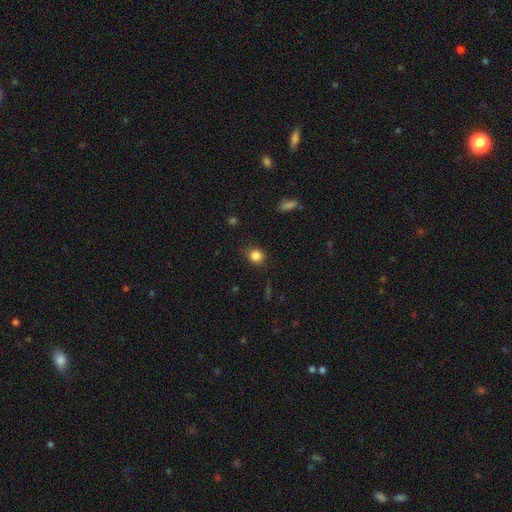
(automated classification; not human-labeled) Overall: smooth (84%). How rounded: round (75%). Merging: none (83%).